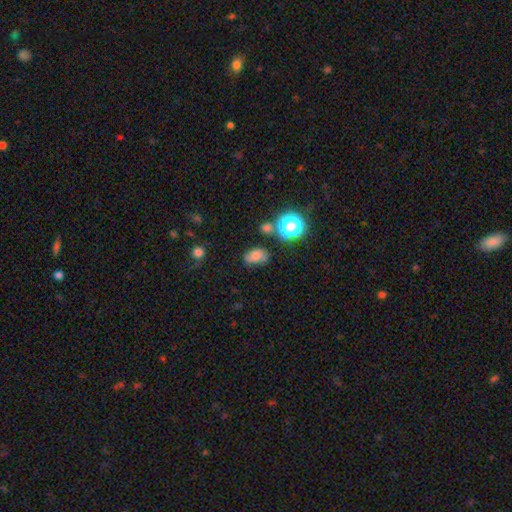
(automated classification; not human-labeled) smooth 69%, star or artifact 16%, featured or disk 15%. Down the decision tree: how rounded — in between (78%); merging — none (56%).